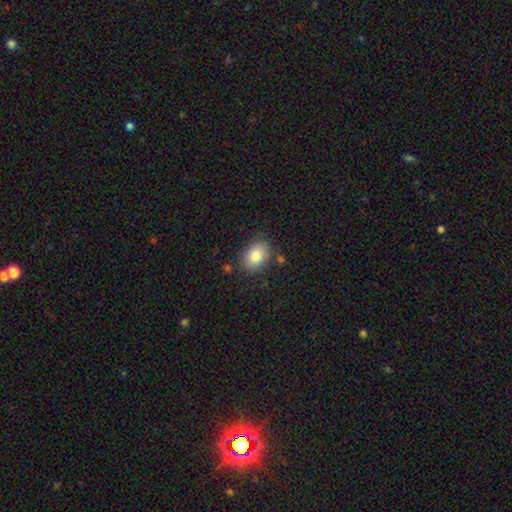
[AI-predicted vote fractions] Smooth or featured? smooth (84%)
How rounded? in between (77%)
Merging? none (80%)